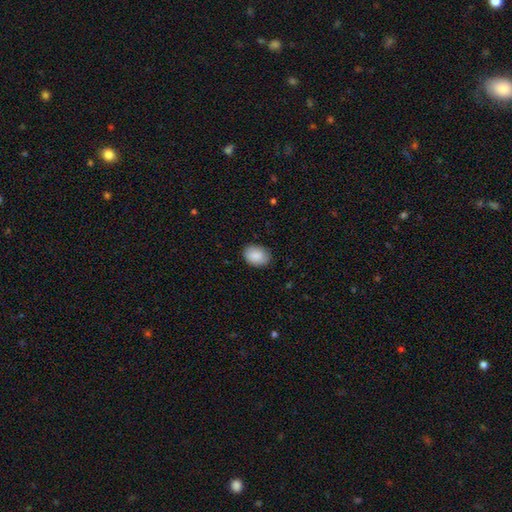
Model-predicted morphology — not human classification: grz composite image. It shows a smooth galaxy with no disk features (89%) that is in between round and cigar-shaped (71%). Merging: none (84%).